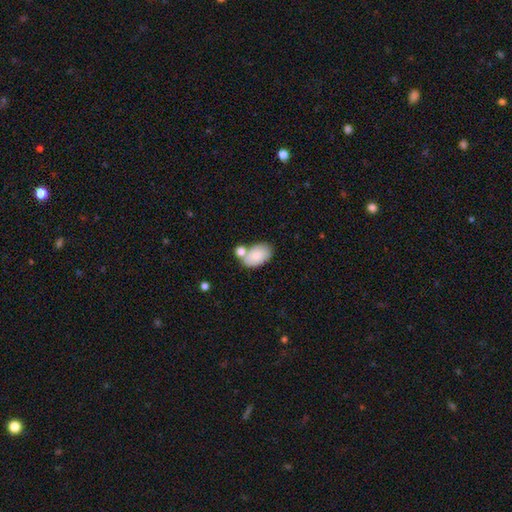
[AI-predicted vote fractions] A smooth galaxy with no disk features (80%) that is in between round and cigar-shaped (92%). Merging: none (50%).